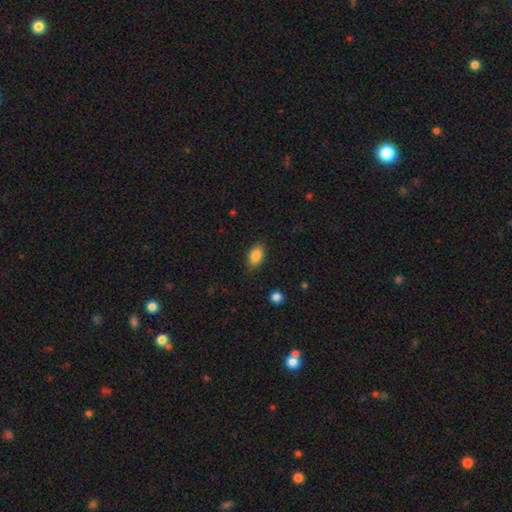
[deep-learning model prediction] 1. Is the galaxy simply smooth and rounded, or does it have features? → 86% smooth, 8% star or artifact, 6% featured or disk.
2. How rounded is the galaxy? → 89% in between, 8% round, 3% cigar-shaped.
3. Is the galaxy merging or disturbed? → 85% none, 12% minor disturbance, 3% major disturbance, 1% merger.